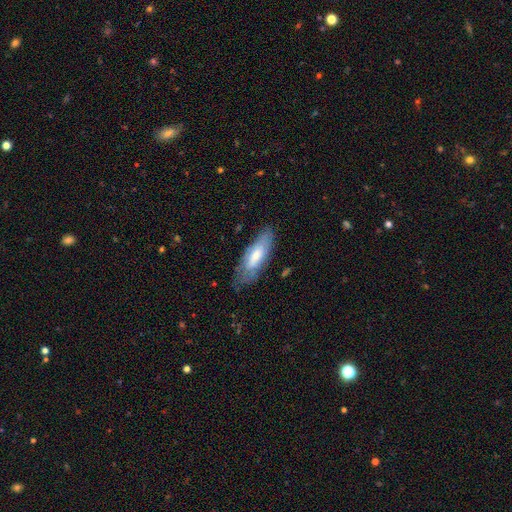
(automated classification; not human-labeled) A smooth galaxy with no disk features (58%) that is in between round and cigar-shaped (64%).

Vote fractions:
- Smooth or featured? smooth: 58% / featured or disk: 36% / star or artifact: 6%
- How rounded? in between: 64% / cigar-shaped: 34% / round: 2%
- Merging? none: 69% / minor disturbance: 23% / major disturbance: 7% / merger: 2%